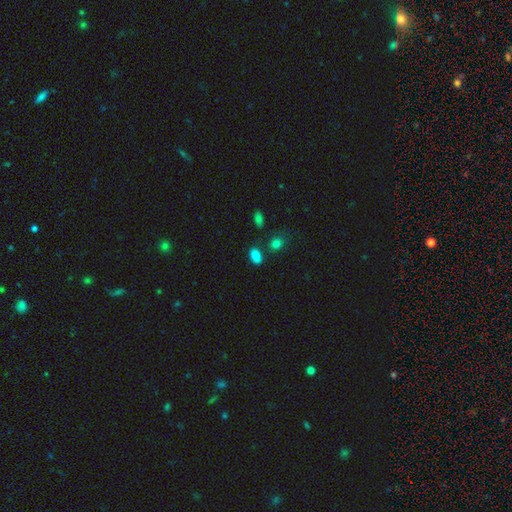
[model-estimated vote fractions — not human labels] smooth_or_featured: smooth (p=0.84) [alt: star or artifact p=0.12]
how_rounded: in between (p=0.89) [alt: round p=0.08]
merging: none (p=0.74) [alt: minor disturbance p=0.14]